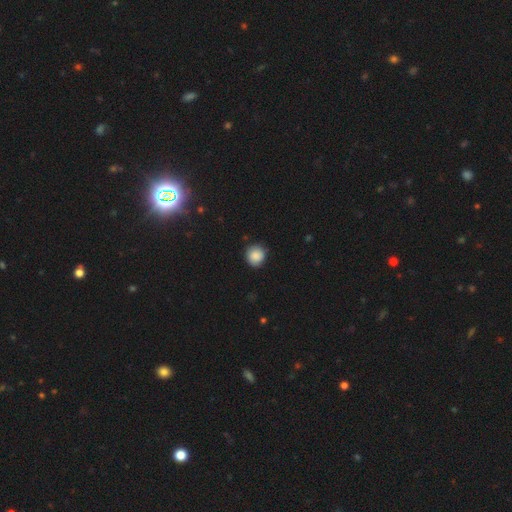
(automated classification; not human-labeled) This is clearly a smooth galaxy (85%). How rounded: clearly round (90%). Merging: clearly none (85%).